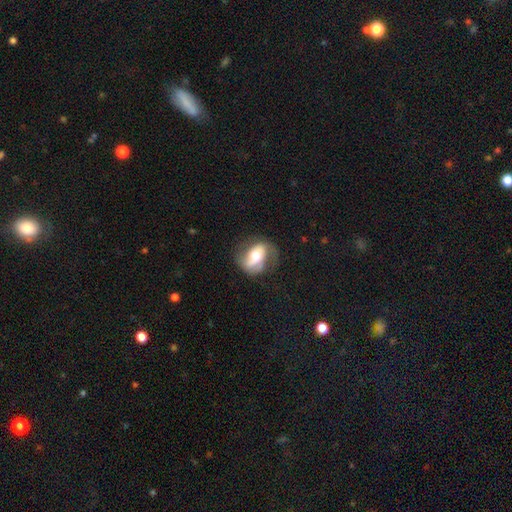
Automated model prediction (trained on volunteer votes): smooth-or-featured: featured or disk: 61% | smooth: 33% | star or artifact: 7%
  disk-edge-on: no: 94% | yes: 6%
    bar: no: 35% | strong: 33% | weak: 31%
    has-spiral-arms: yes: 76% | no: 24%
    bulge-size: moderate: 62% | large: 20% | small: 14% | dominant: 2% | none: 2%
  merging: none: 56% | minor disturbance: 24% | major disturbance: 18% | merger: 2%